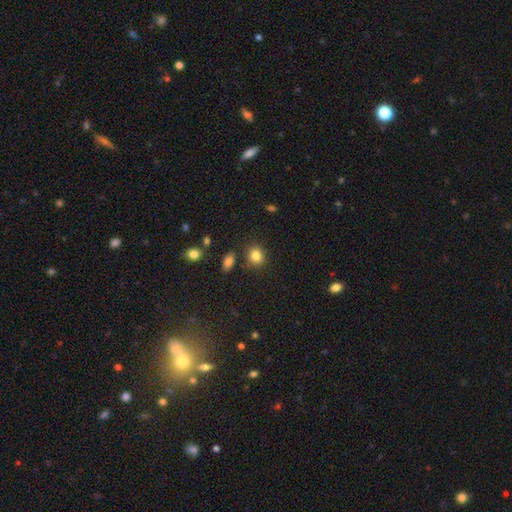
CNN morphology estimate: This is clearly a smooth galaxy (84%). How rounded: likely round (64%). Merging: clearly none (80%).